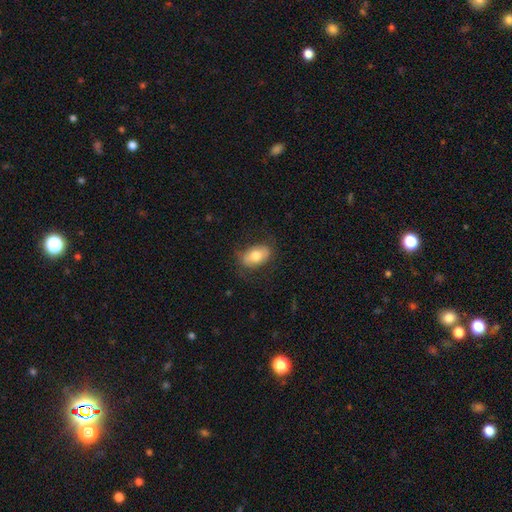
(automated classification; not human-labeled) Overall: smooth (69%). How rounded: in between (89%). Merging: none (74%).